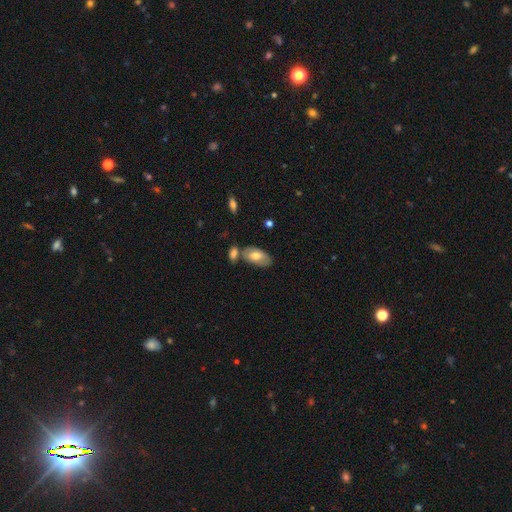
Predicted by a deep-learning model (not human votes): This is likely a smooth galaxy (66%). How rounded: clearly in between (93%). Merging: possibly none (56%).